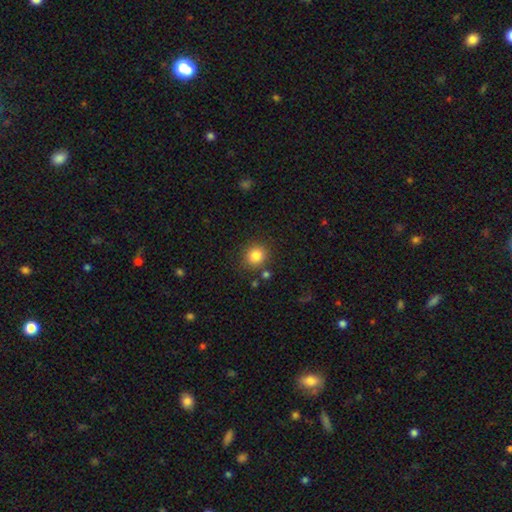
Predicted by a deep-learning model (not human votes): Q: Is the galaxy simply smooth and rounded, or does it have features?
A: smooth — 84%.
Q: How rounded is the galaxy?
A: round — 86%.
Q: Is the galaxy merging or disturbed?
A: none — 83%.